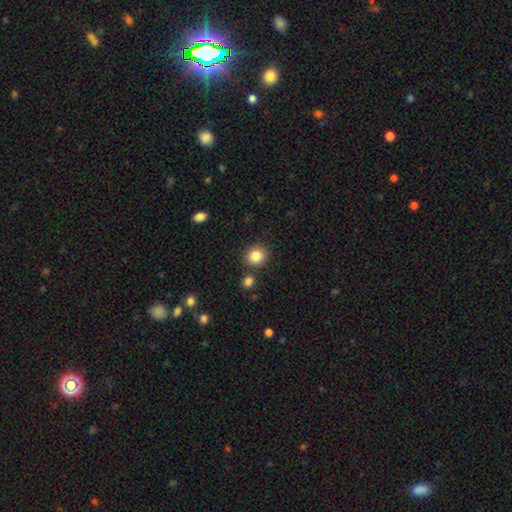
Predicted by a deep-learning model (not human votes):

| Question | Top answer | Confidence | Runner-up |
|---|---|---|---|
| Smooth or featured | smooth | 85% | star or artifact (10%) |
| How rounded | round | 84% | in between (15%) |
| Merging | none | 83% | minor disturbance (8%) |